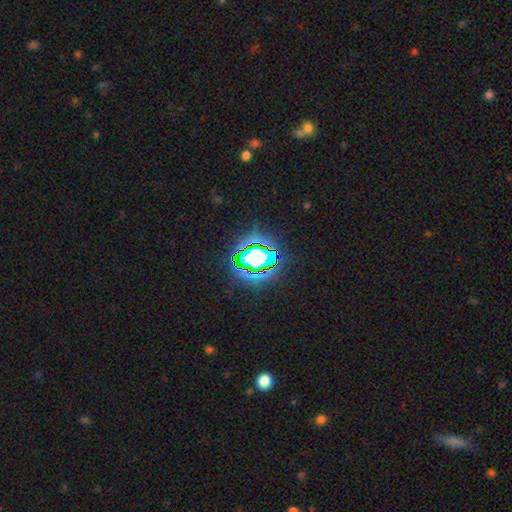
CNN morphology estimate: Smooth or featured? Predicted: star or artifact (p=0.64).